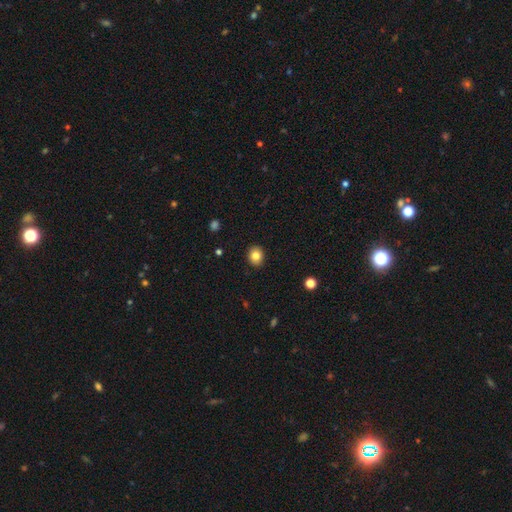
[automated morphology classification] A smooth galaxy with no disk features (82%) that is round (66%). Merging: none (91%).